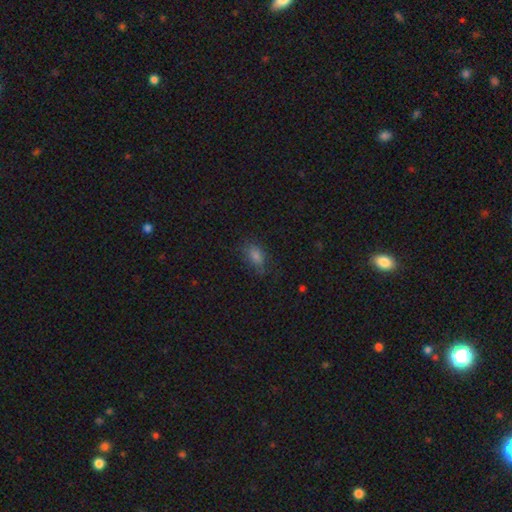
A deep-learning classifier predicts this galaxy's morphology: A smooth galaxy with no disk features (74%) that is in between round and cigar-shaped (82%).

Vote fractions:
- Smooth or featured? smooth: 74% / star or artifact: 17% / featured or disk: 9%
- How rounded? in between: 82% / round: 11% / cigar-shaped: 7%
- Merging? none: 70% / minor disturbance: 21% / major disturbance: 7% / merger: 2%